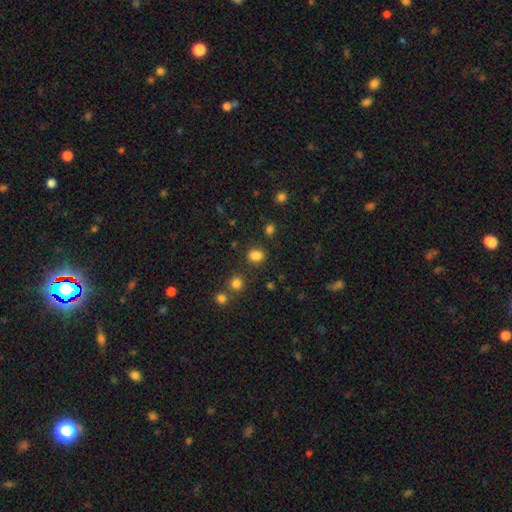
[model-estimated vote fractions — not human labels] Smooth or featured: smooth — 82% (star or artifact — 14%)
How rounded: round — 53% (in between — 46%)
Merging: none — 79% (minor disturbance — 11%)